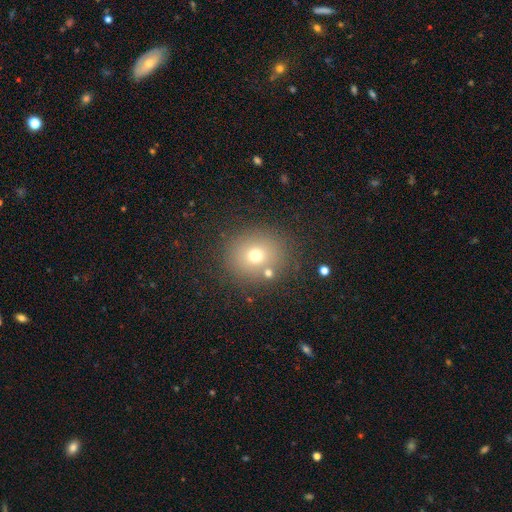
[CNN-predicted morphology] This is likely a smooth galaxy (69%). How rounded: clearly round (81%). Merging: clearly none (81%).